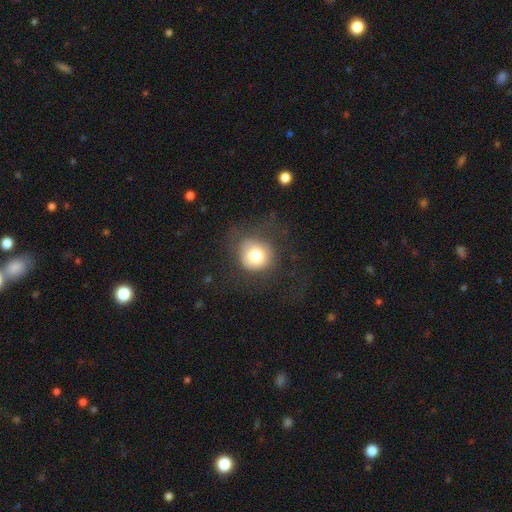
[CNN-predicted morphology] A smooth galaxy with no disk features (75%) that is round (88%). Merging: none (70%).